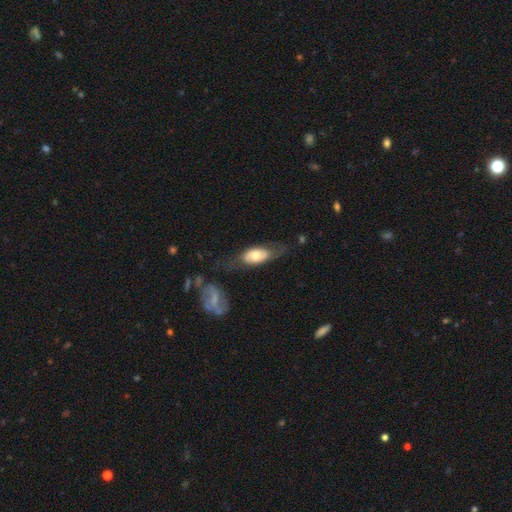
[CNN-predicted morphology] This is possibly a smooth galaxy (54%). How rounded: clearly in between (82%). Merging: possibly none (48%).